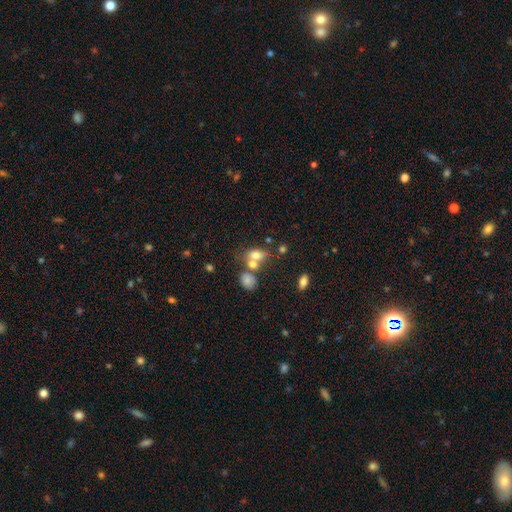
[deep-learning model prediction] smooth-or-featured: smooth: 71% | featured or disk: 17% | star or artifact: 13%
  how-rounded: in between: 75% | round: 20% | cigar-shaped: 5%
  merging: merger: 42% | none: 38% | minor disturbance: 13% | major disturbance: 7%